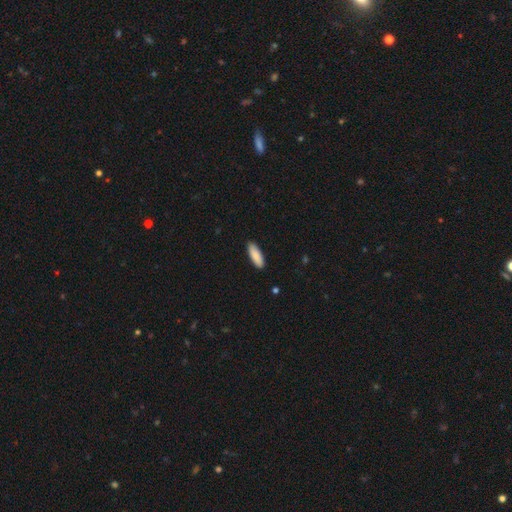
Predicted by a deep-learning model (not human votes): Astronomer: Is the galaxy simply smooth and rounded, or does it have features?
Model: smooth — 89%.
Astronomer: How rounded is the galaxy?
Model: in between — 60% (runner-up: cigar-shaped, 39%).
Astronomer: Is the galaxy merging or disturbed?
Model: none — 89%.